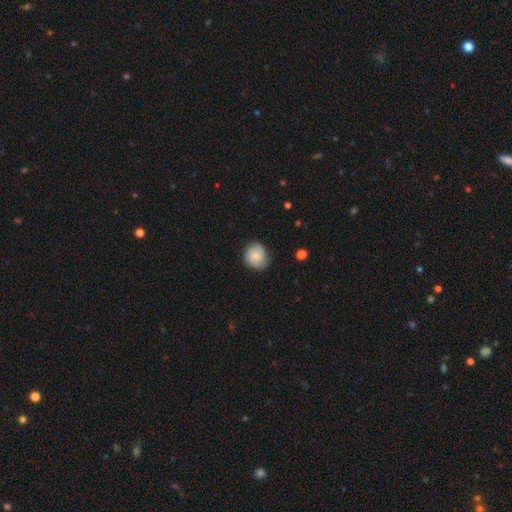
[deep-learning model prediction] smooth-or-featured: smooth: 75% | featured or disk: 18% | star or artifact: 7%
  how-rounded: round: 82% | in between: 17% | cigar-shaped: 1%
  merging: none: 79% | minor disturbance: 16% | major disturbance: 4% | merger: 1%